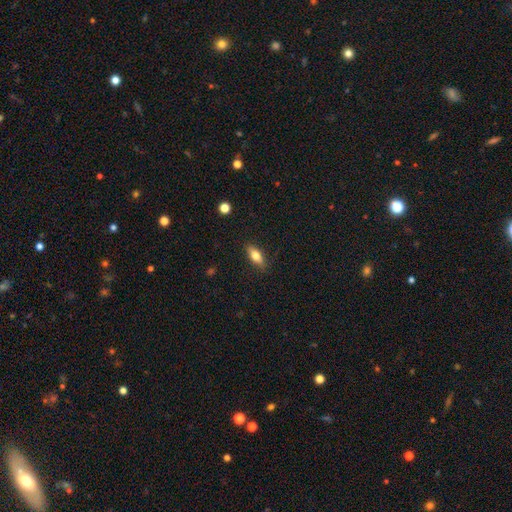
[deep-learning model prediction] smooth-or-featured: smooth: 72% | featured or disk: 21% | star or artifact: 7%
  how-rounded: in between: 72% | cigar-shaped: 25% | round: 4%
  merging: none: 86% | minor disturbance: 10% | major disturbance: 2% | merger: 1%